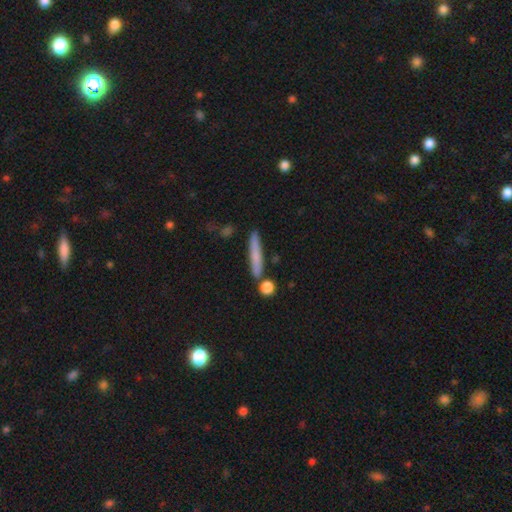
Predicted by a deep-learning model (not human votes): Q: Smooth or featured?
A: smooth (70%); runner-up: featured or disk (23%)
Q: How rounded?
A: cigar-shaped (93%); runner-up: in between (5%)
Q: Merging?
A: none (81%); runner-up: minor disturbance (10%)